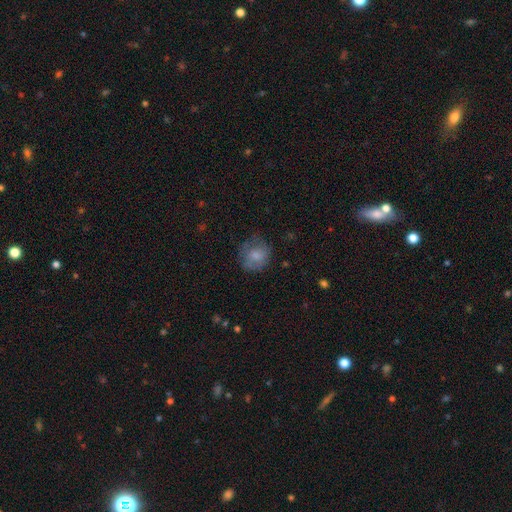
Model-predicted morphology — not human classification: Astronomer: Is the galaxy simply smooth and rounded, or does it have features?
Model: smooth — 73%.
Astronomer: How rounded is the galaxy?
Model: round — 79%.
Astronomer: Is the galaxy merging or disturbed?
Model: none — 59%.